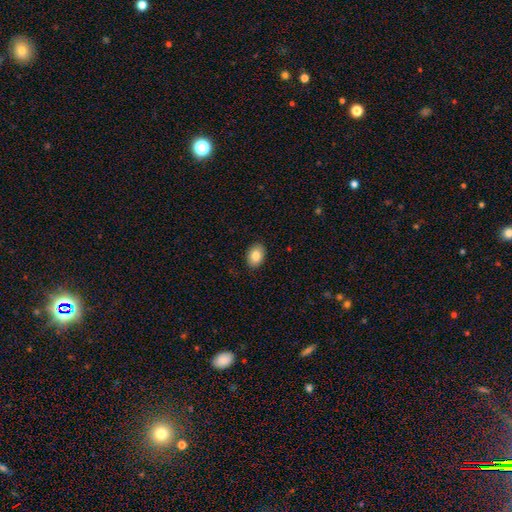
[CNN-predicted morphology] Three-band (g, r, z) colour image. It shows a smooth galaxy with no disk features (85%) that is in between round and cigar-shaped (82%). Merging: none (88%).